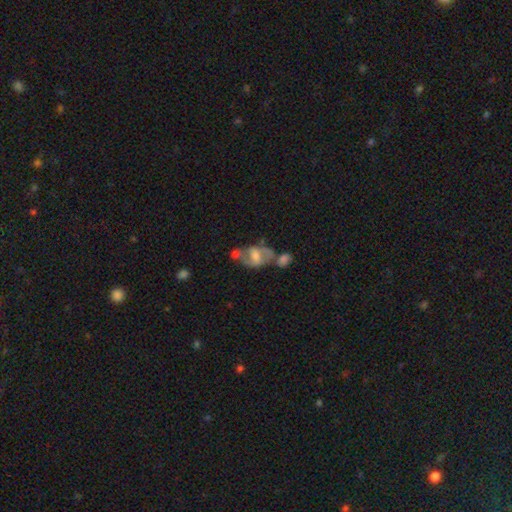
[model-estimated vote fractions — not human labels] A featured or disk galaxy (63%) with a weak bar (43%), spiral arms (63%) and a moderate central bulge (46%). Merging: merger (36%).